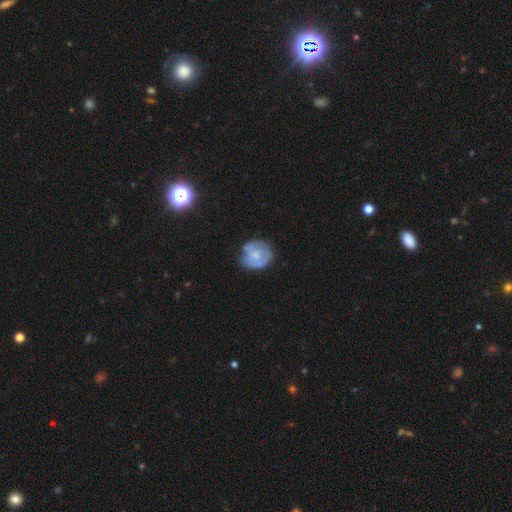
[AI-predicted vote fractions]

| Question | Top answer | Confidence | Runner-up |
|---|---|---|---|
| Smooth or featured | smooth | 49% | featured or disk (44%) |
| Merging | none | 58% | minor disturbance (29%) |